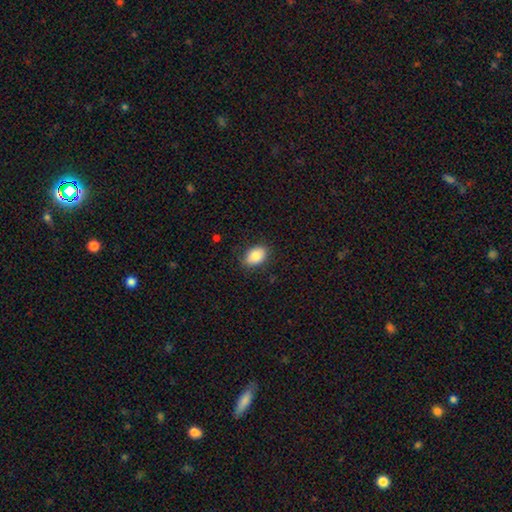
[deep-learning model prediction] smooth-or-featured: smooth: 85% | star or artifact: 8% | featured or disk: 7%
  how-rounded: in between: 81% | round: 18% | cigar-shaped: 1%
  merging: none: 79% | minor disturbance: 17% | major disturbance: 3% | merger: 1%